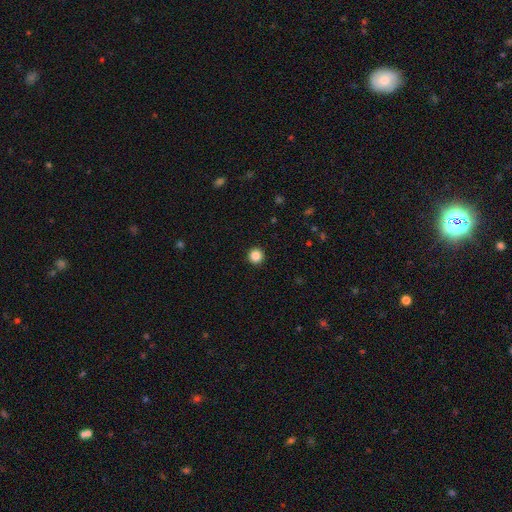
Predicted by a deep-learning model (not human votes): Morphology: type=smooth (87%); roundness=round (96%); merging=none (94%).